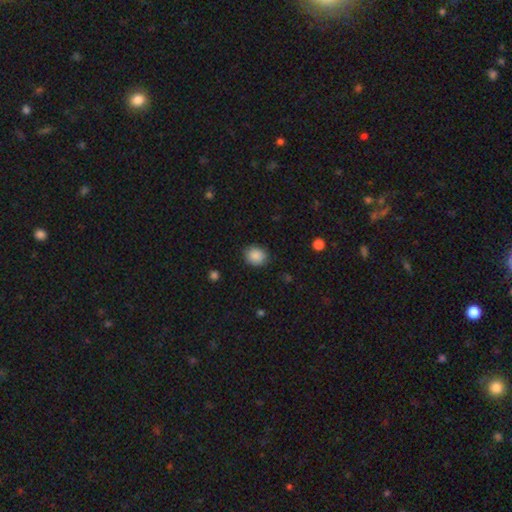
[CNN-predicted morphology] Smooth or featured? smooth (88%)
How rounded? round (71%)
Merging? none (86%)